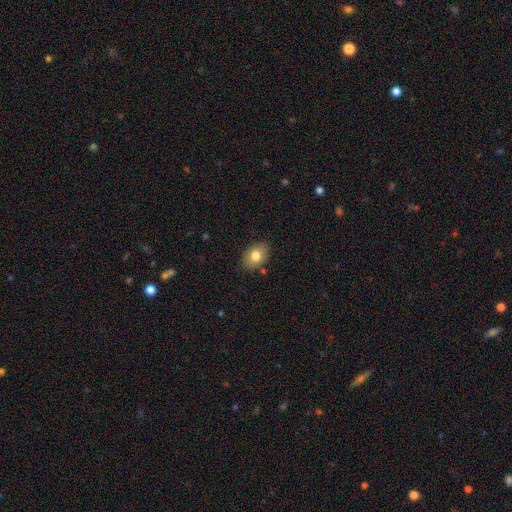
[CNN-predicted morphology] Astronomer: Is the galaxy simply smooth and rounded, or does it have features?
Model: smooth — 78%.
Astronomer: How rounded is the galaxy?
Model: in between — 75%.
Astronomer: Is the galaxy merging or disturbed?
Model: none — 83%.